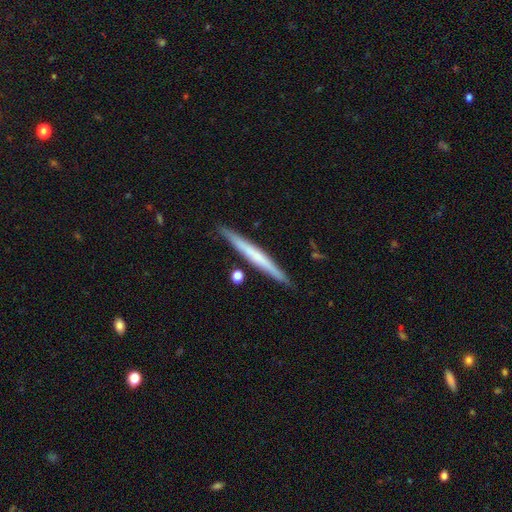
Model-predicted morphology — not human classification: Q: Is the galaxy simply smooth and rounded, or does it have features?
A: smooth — 47%, tied with featured or disk.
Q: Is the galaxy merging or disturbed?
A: none — 88%.